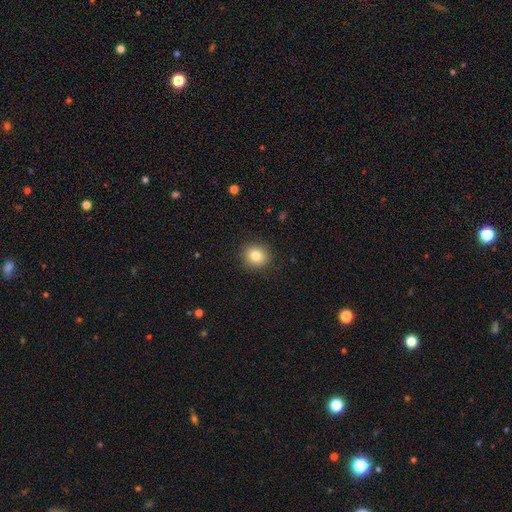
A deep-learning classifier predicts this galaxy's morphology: smooth-or-featured: smooth: 82% | star or artifact: 10% | featured or disk: 7%
  how-rounded: round: 85% | in between: 14% | cigar-shaped: 1%
  merging: none: 91% | minor disturbance: 6% | major disturbance: 2% | merger: 1%